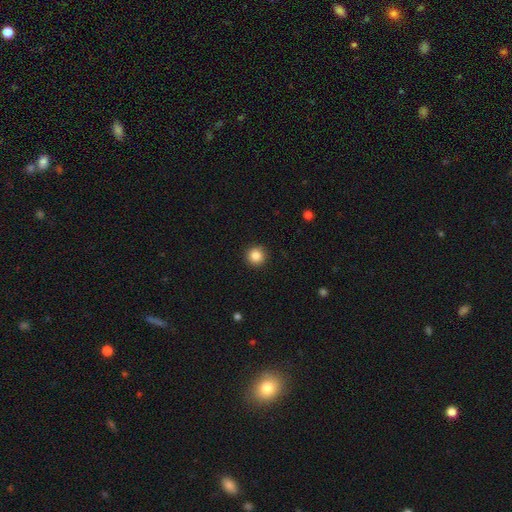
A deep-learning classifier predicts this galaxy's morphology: type=smooth (87%); roundness=round (96%); merging=none (93%).